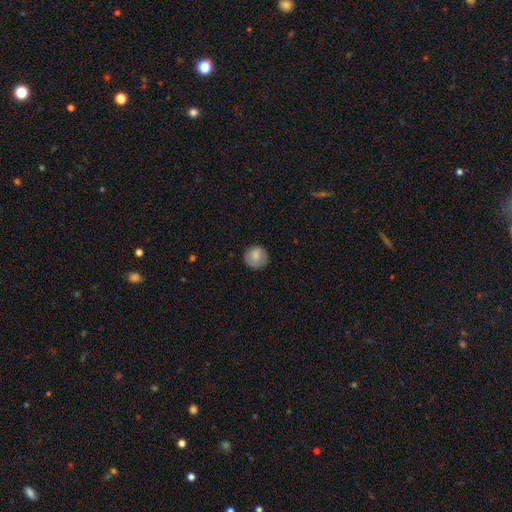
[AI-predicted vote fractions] Morphology: type=smooth (82%); roundness=round (92%); merging=none (85%).